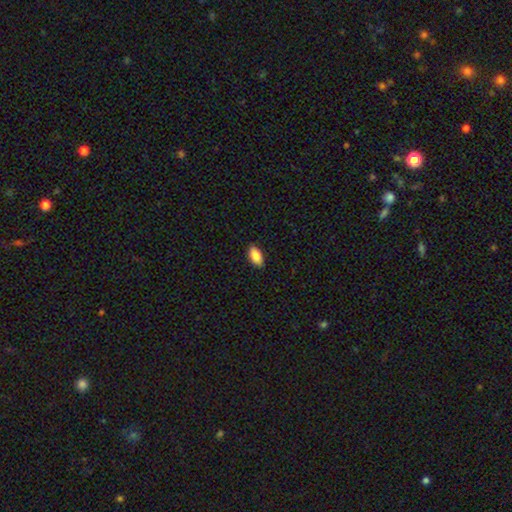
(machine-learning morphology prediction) A smooth galaxy with no disk features (88%) that is in between round and cigar-shaped (92%). Merging: none (89%).